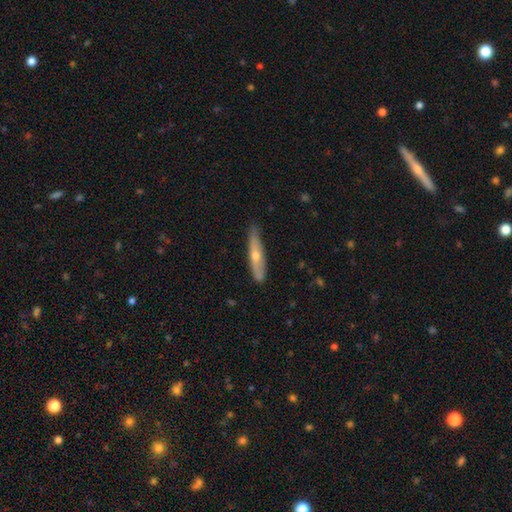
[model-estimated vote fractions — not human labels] Smooth or featured? Predicted: smooth (p=0.49). Merging? Predicted: none (p=0.79).